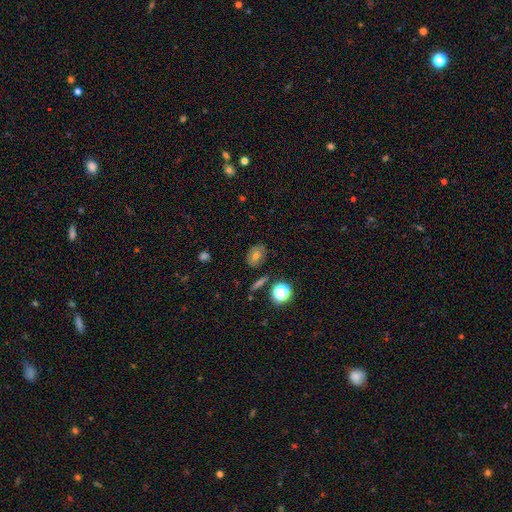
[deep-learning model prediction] Smooth or featured: smooth — 56% (featured or disk — 24%)
How rounded: in between — 51% (round — 48%)
Merging: none — 79% (minor disturbance — 13%)